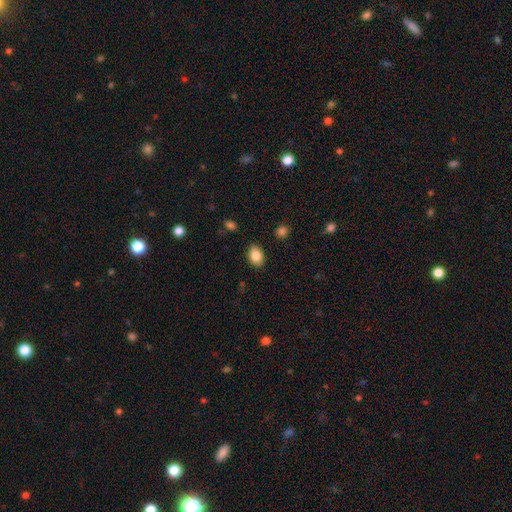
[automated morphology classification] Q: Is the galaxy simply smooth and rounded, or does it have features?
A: smooth — 86%.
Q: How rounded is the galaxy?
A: in between — 80%.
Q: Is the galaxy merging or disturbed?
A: none — 87%.